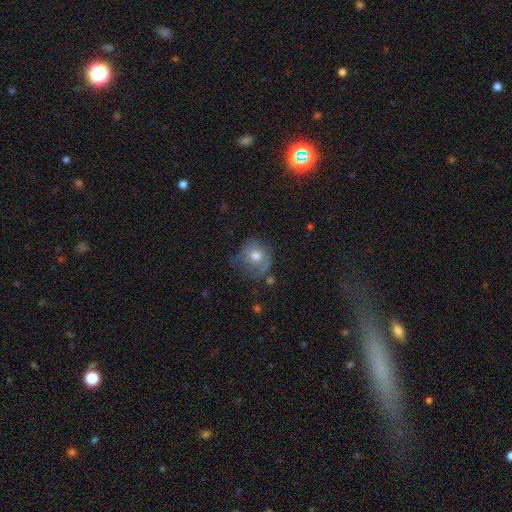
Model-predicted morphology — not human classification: A smooth galaxy with no disk features (64%) that is round (79%).

Vote fractions:
- Smooth or featured? smooth: 64% / featured or disk: 26% / star or artifact: 10%
- How rounded? round: 79% / in between: 20% / cigar-shaped: 1%
- Merging? none: 50% / minor disturbance: 29% / major disturbance: 18% / merger: 4%